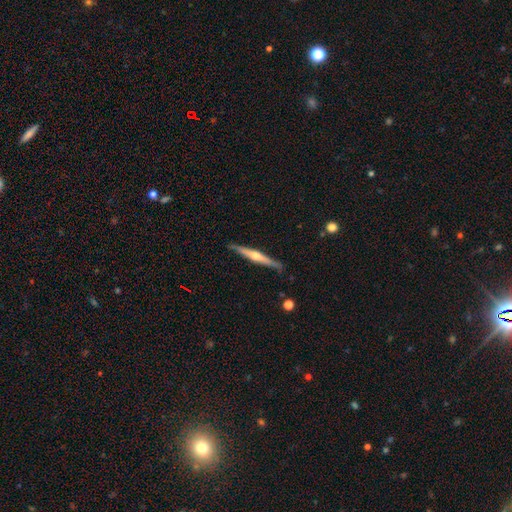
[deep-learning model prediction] Q: Smooth or featured?
A: featured or disk (72%); runner-up: smooth (22%)
Q: Edge-on disk?
A: yes (98%); runner-up: no (2%)
Q: Edge-on bulge?
A: rounded (90%); runner-up: none (6%)
Q: Merging?
A: none (87%); runner-up: minor disturbance (10%)